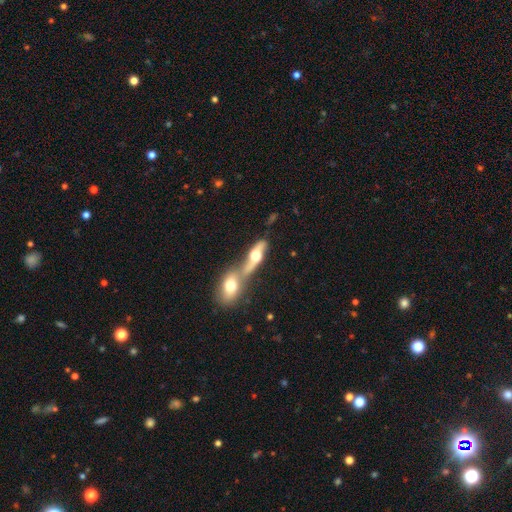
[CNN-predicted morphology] Smooth or featured?
  - featured or disk: 47% *
  - smooth: 45%
  - star or artifact: 8%
Merging?
  - merger: 65% *
  - none: 21%
  - minor disturbance: 8%
  - major disturbance: 6%